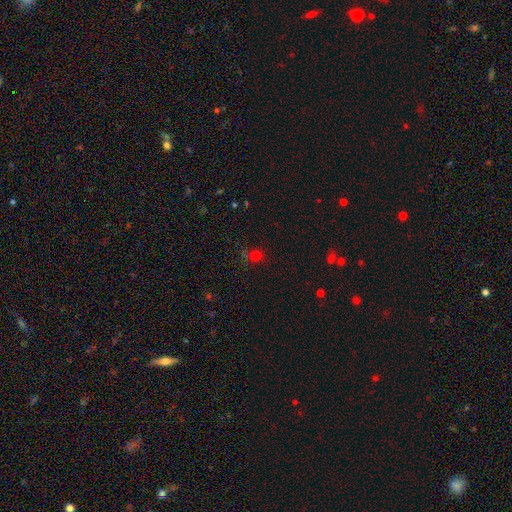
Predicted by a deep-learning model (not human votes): Q: Smooth or featured?
A: smooth (59%); runner-up: star or artifact (33%)
Q: How rounded?
A: round (83%); runner-up: in between (16%)
Q: Merging?
A: none (65%); runner-up: minor disturbance (14%)